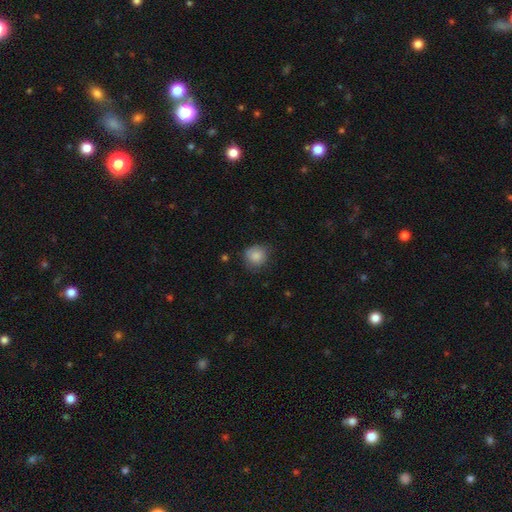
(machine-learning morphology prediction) Smooth or featured?
  - smooth: 86% *
  - star or artifact: 8%
  - featured or disk: 6%
How rounded?
  - round: 85% *
  - in between: 14%
  - cigar-shaped: 1%
Merging?
  - none: 70% *
  - minor disturbance: 23%
  - major disturbance: 5%
  - merger: 1%